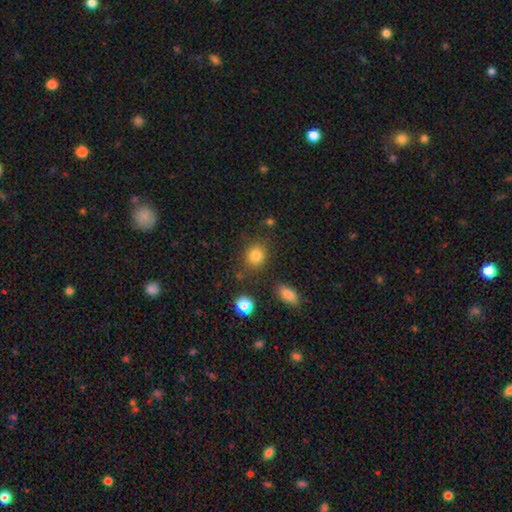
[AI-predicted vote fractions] Smooth or featured: smooth — 83% (star or artifact — 11%)
How rounded: round — 71% (in between — 28%)
Merging: none — 79% (minor disturbance — 12%)